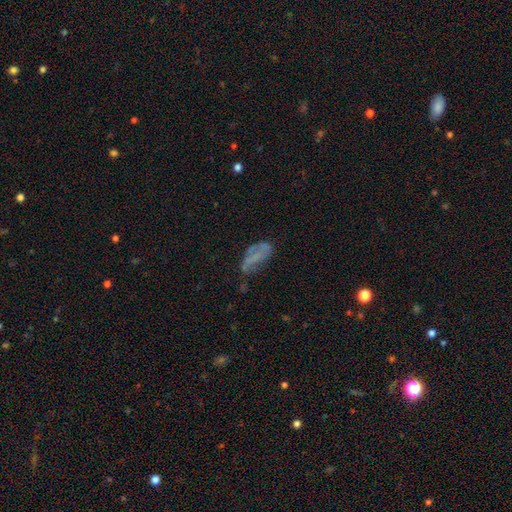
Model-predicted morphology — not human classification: The model was most divided on "smooth or featured": smooth: 46%, featured or disk: 39%, star or artifact: 16%. Remaining: merging — none (40%).